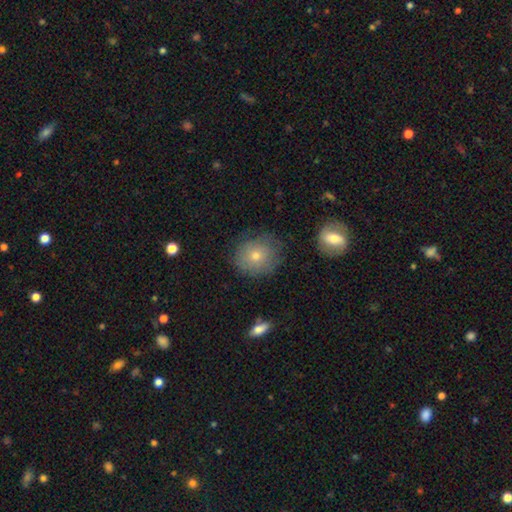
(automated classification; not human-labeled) Smooth or featured? smooth (66%)
How rounded? round (86%)
Merging? none (77%)